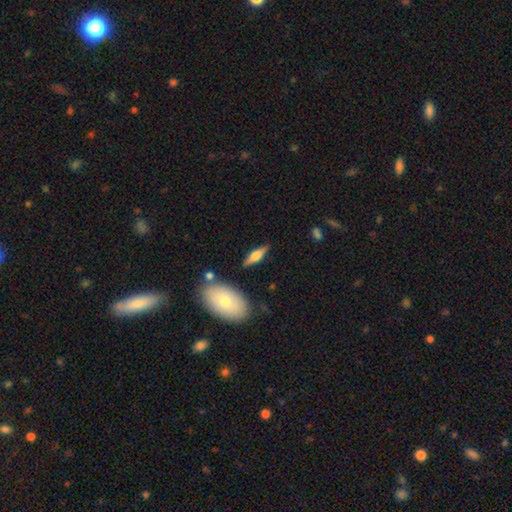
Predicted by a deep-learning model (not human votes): This is possibly a featured or disk galaxy (53%). It is clearly viewed edge-on (93%). Merging: clearly none (83%).